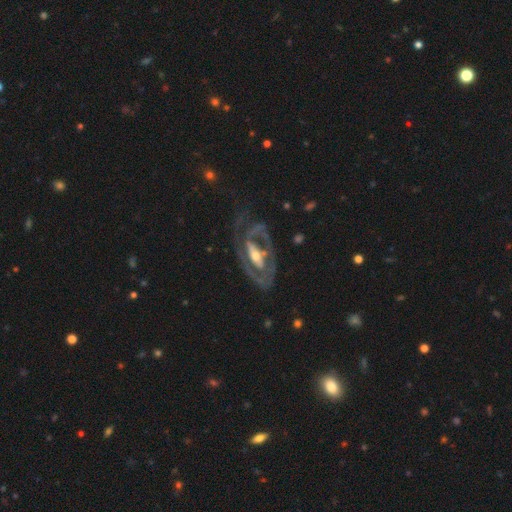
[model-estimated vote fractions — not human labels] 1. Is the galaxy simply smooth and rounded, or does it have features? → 86% featured or disk, 10% smooth, 5% star or artifact.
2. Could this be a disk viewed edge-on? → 91% no, 9% yes.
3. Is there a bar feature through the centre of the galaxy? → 45% strong, 29% weak, 26% no.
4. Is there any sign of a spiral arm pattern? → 79% yes, 21% no.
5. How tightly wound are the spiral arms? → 41% medium, 40% tight, 19% loose.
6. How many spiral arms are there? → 59% 2, 17% 1, 15% can't tell, 4% 3, 2% 4, 2% more than 4.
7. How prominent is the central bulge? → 56% moderate, 34% small, 7% large, 2% none, 1% dominant.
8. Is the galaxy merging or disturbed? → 47% none, 31% major disturbance, 20% minor disturbance, 3% merger.